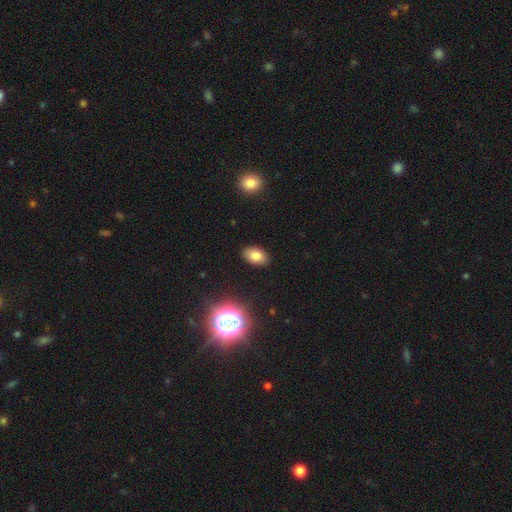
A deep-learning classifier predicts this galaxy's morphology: This is likely a smooth galaxy (78%). How rounded: clearly in between (89%). Merging: clearly none (89%).